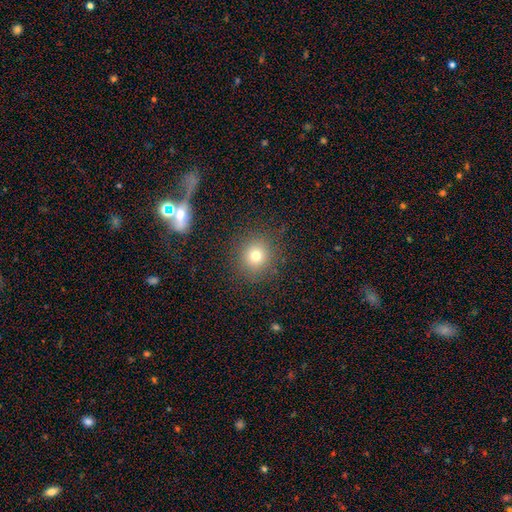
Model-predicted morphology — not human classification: This appears to be a smooth galaxy with no disk features (75%) that is round (92%). Merging: none (89%).